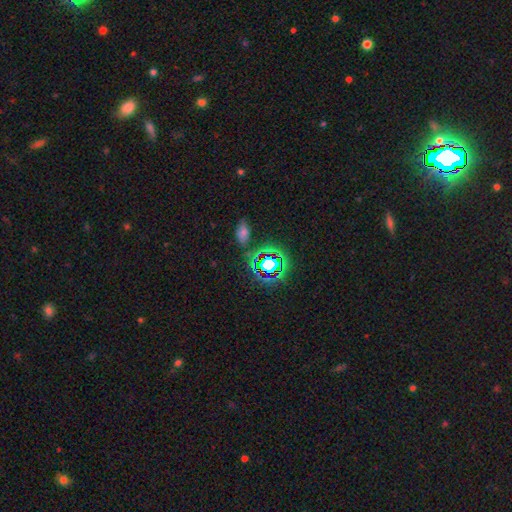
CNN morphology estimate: Smooth or featured? Predicted: star or artifact (p=0.65).